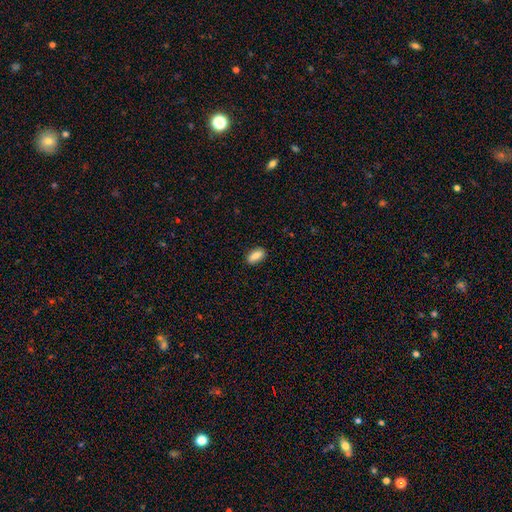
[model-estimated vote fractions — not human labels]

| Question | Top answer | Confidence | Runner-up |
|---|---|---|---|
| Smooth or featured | smooth | 84% | featured or disk (9%) |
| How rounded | in between | 88% | cigar-shaped (8%) |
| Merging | none | 89% | minor disturbance (8%) |